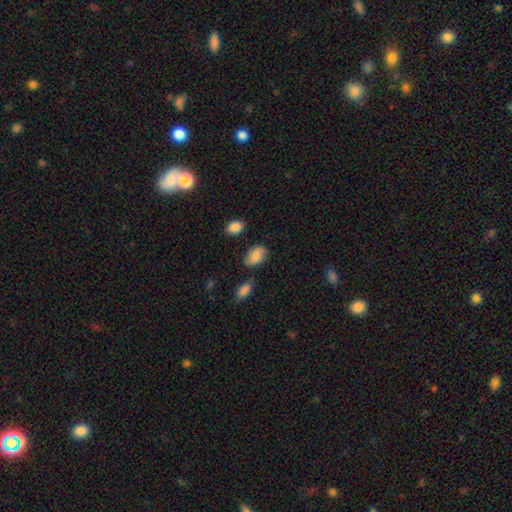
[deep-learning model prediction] A smooth galaxy with no disk features (74%) that is in between round and cigar-shaped (88%).

Vote fractions:
- Smooth or featured? smooth: 74% / featured or disk: 18% / star or artifact: 9%
- How rounded? in between: 88% / round: 10% / cigar-shaped: 2%
- Merging? none: 70% / minor disturbance: 20% / merger: 5% / major disturbance: 5%